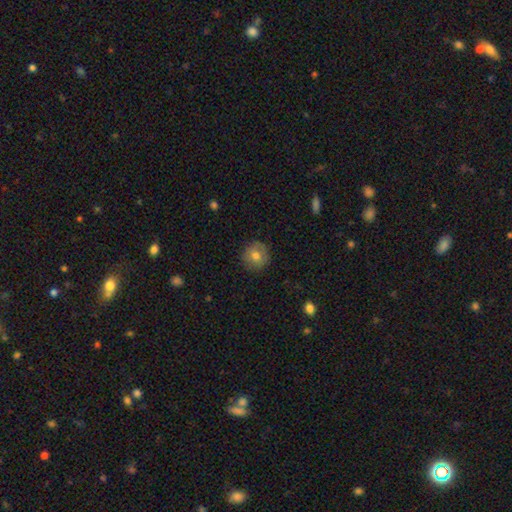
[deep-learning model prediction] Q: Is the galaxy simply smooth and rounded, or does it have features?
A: smooth — 73%.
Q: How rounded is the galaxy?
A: round — 92%.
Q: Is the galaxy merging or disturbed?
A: none — 86%.